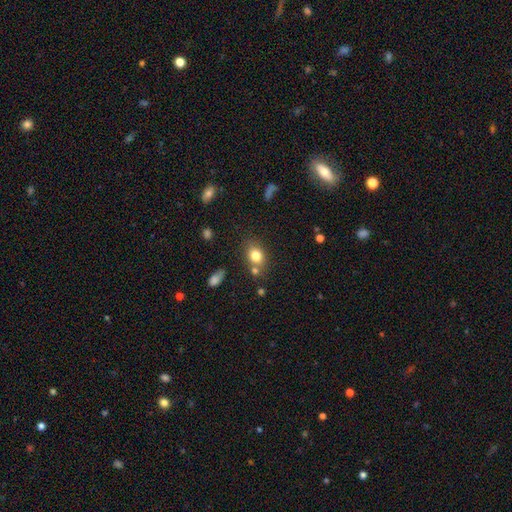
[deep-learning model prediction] Smooth or featured?
  - smooth: 79% *
  - star or artifact: 11%
  - featured or disk: 10%
How rounded?
  - in between: 55% *
  - round: 43%
  - cigar-shaped: 1%
Merging?
  - none: 66% *
  - merger: 15%
  - minor disturbance: 14%
  - major disturbance: 5%